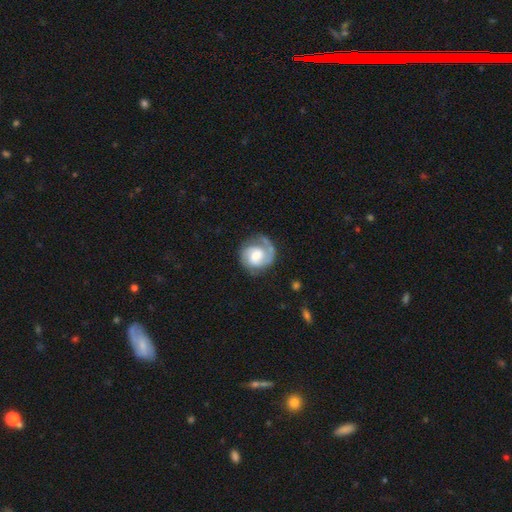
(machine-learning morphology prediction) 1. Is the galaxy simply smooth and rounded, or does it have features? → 76% featured or disk, 18% smooth, 5% star or artifact.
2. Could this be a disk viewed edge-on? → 98% no, 2% yes.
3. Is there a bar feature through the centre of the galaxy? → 51% no, 41% weak, 9% strong.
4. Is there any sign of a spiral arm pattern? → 94% yes, 6% no.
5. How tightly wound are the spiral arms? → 49% tight, 38% medium, 13% loose.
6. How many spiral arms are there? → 48% 2, 41% 1, 7% can't tell, 2% 3, 1% 4, 1% more than 4.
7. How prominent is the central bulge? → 42% moderate, 28% large, 20% small, 7% none, 3% dominant.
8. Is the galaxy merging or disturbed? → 62% none, 20% minor disturbance, 16% major disturbance, 2% merger.